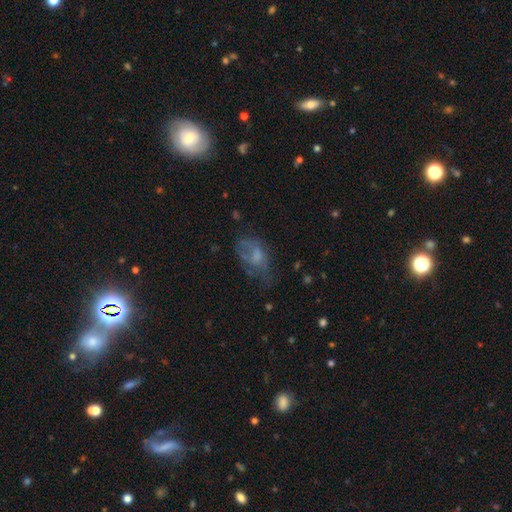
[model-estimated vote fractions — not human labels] smooth-or-featured: smooth: 50% | featured or disk: 37% | star or artifact: 13%
  merging: major disturbance: 35% (tied) | none: 35% (tied) | minor disturbance: 27% | merger: 4%